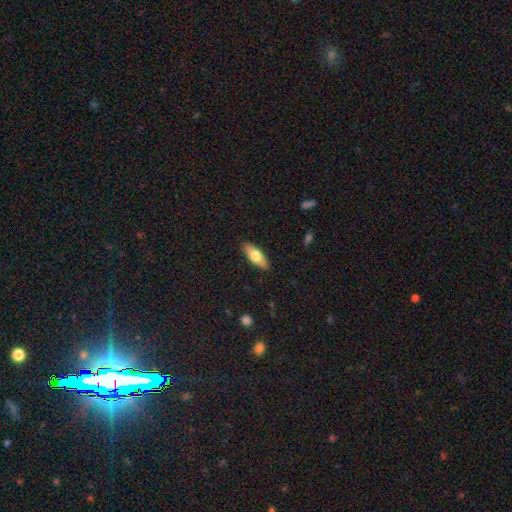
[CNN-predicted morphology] smooth-or-featured: smooth: 66% | featured or disk: 28% | star or artifact: 6%
  how-rounded: in between: 67% | cigar-shaped: 30% | round: 3%
  merging: none: 88% | minor disturbance: 9% | major disturbance: 2% | merger: 1%